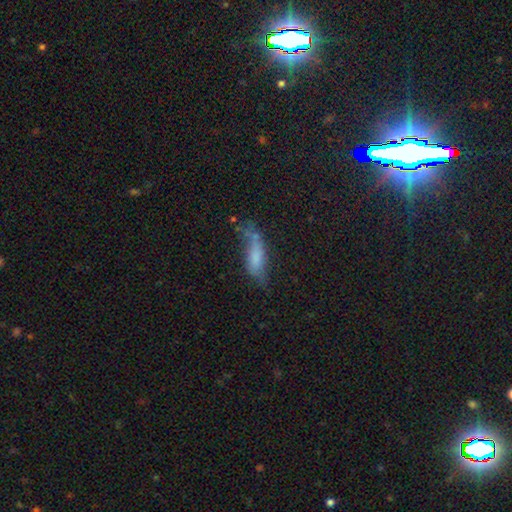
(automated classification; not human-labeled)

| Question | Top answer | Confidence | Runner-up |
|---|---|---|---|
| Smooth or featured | smooth | 62% | featured or disk (27%) |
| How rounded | in between | 53% | cigar-shaped (44%) |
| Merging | none | 35% | minor disturbance (31%) |